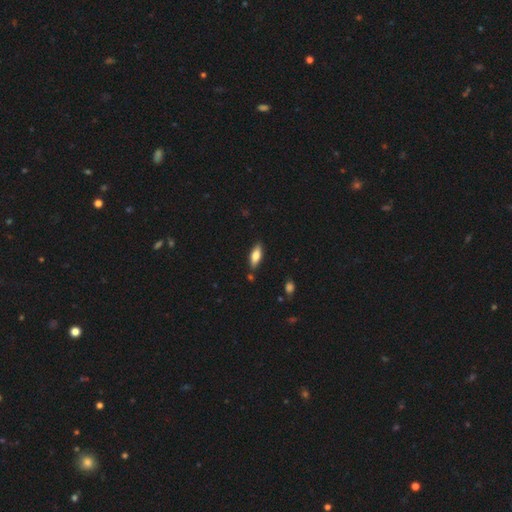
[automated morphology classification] Overall: smooth (75%). How rounded: in between (71%). Merging: none (83%).